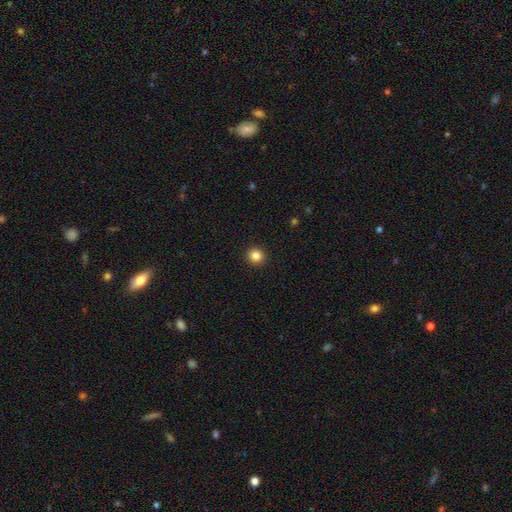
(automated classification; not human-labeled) Overall: smooth (84%). How rounded: round (94%). Merging: none (93%).